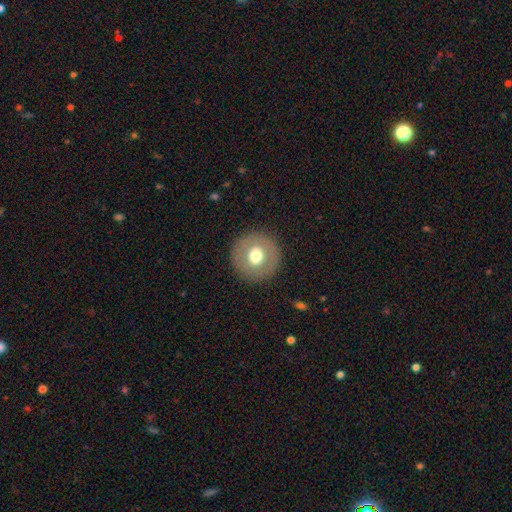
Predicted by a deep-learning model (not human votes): smooth 66%, featured or disk 26%, star or artifact 9%. Down the decision tree: how rounded — round (96%); merging — none (91%).